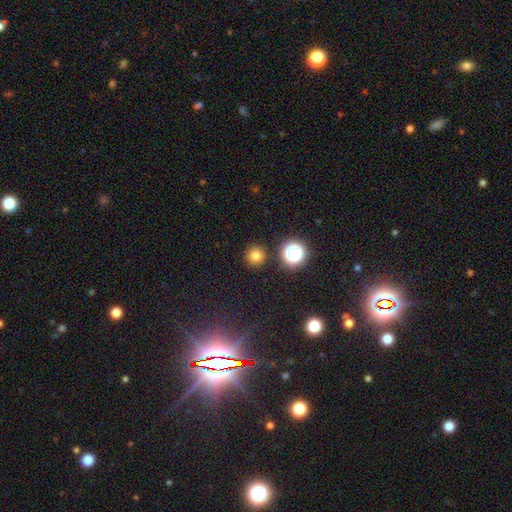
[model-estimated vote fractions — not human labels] A smooth galaxy with no disk features (76%) that is round (96%). Merging: none (90%).